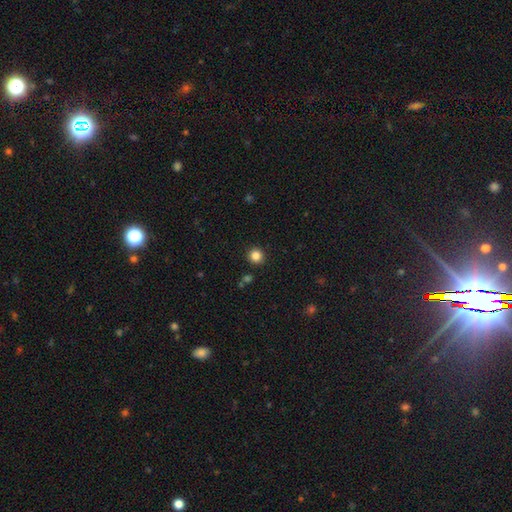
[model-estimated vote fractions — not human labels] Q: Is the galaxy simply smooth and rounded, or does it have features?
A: smooth — 85%.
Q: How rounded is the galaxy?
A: round — 94%.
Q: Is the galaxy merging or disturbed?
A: none — 92%.